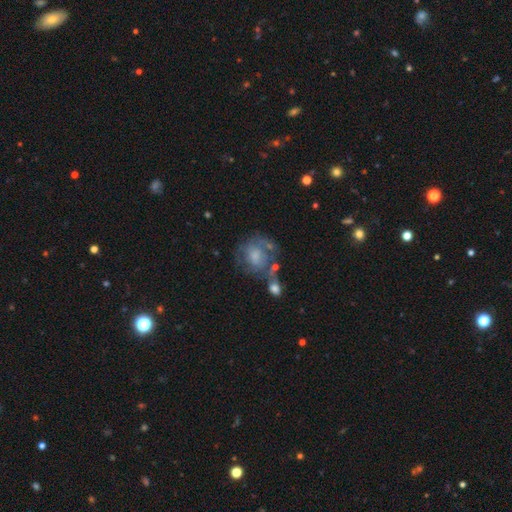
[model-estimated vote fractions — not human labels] Smooth or featured? featured or disk (53%)
Edge-on disk? no (97%)
Bar? no (73%)
Spiral arms? yes (60%)
Bulge size? moderate (39%)
Merging? none (39%)